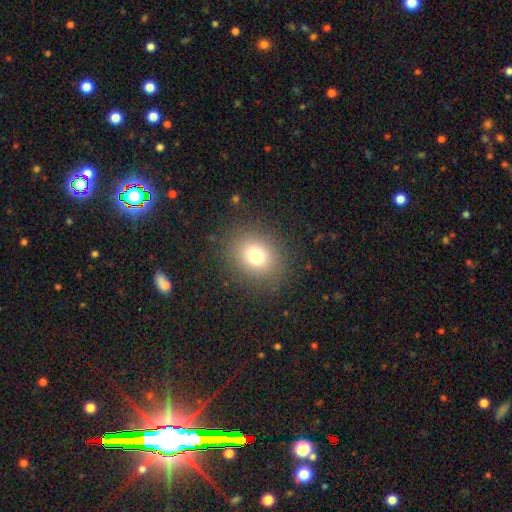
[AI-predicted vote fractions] Smooth or featured? Predicted: smooth (p=0.75). How rounded? Predicted: round (p=0.66). Merging? Predicted: none (p=0.86).